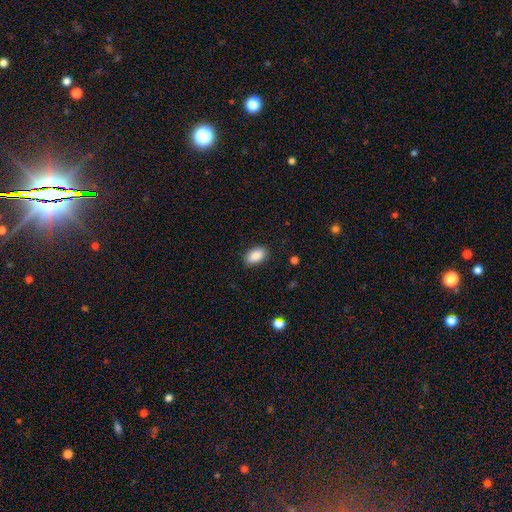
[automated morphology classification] Smooth or featured: smooth — 90% (star or artifact — 7%)
How rounded: in between — 93% (round — 6%)
Merging: none — 88% (minor disturbance — 9%)